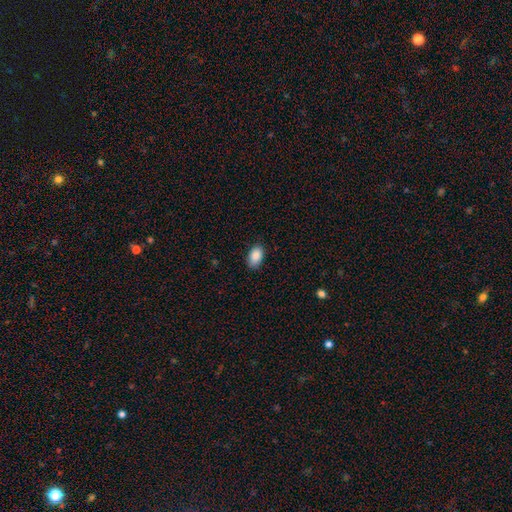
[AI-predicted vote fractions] The model was most divided on "merging": none: 83%, minor disturbance: 14%, major disturbance: 3%, merger: 1%. More confident: how rounded — in between (92%); smooth or featured — smooth (89%).